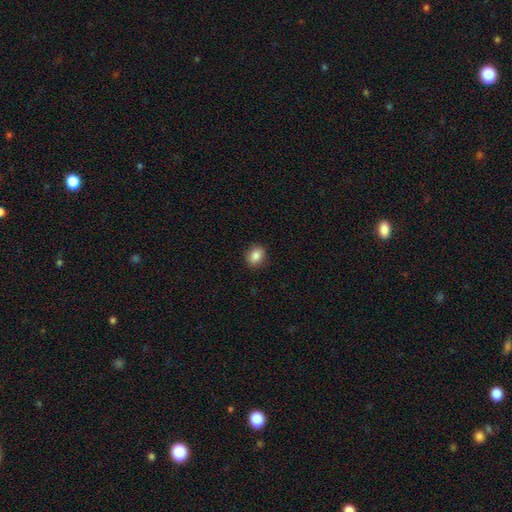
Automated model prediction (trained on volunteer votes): Smooth or featured?
  - smooth: 86% *
  - star or artifact: 9%
  - featured or disk: 5%
How rounded?
  - in between: 53% *
  - round: 45%
  - cigar-shaped: 1%
Merging?
  - none: 89% *
  - minor disturbance: 8%
  - major disturbance: 2%
  - merger: 1%